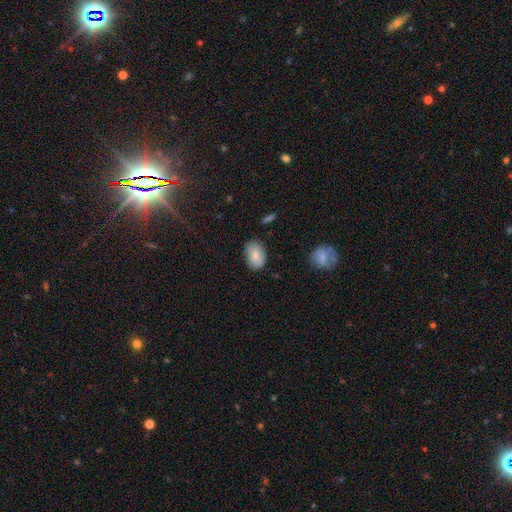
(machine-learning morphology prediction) type=smooth (83%); roundness=in between (88%); merging=none (80%).